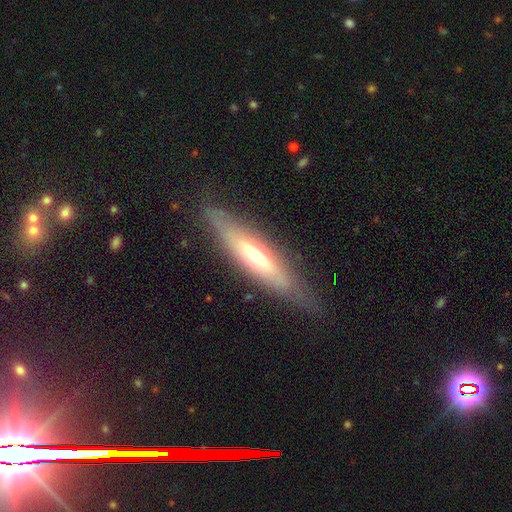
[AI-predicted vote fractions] featured or disk 54%, smooth 39%, star or artifact 7%. Down the decision tree: edge-on disk — yes (75%); merging — none (77%).